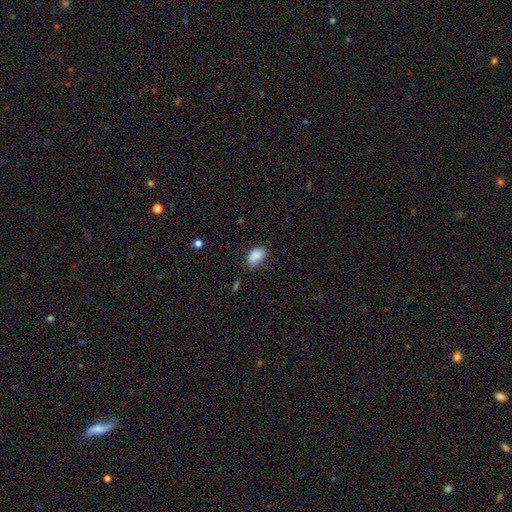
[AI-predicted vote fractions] This is clearly a smooth galaxy (88%). How rounded: clearly in between (91%). Merging: likely none (73%).